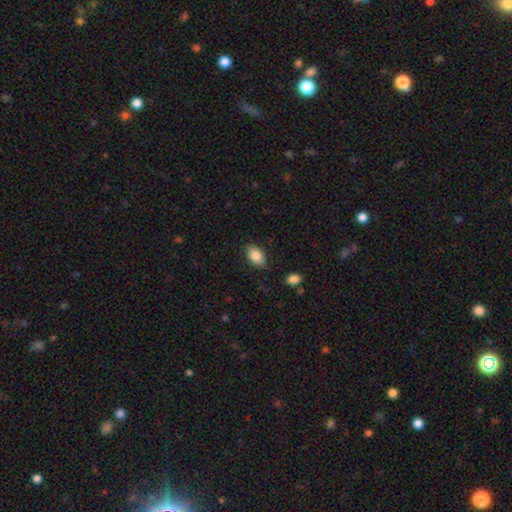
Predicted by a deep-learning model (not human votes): smooth 85%, featured or disk 8%, star or artifact 8%. Down the decision tree: how rounded — in between (88%); merging — none (83%).